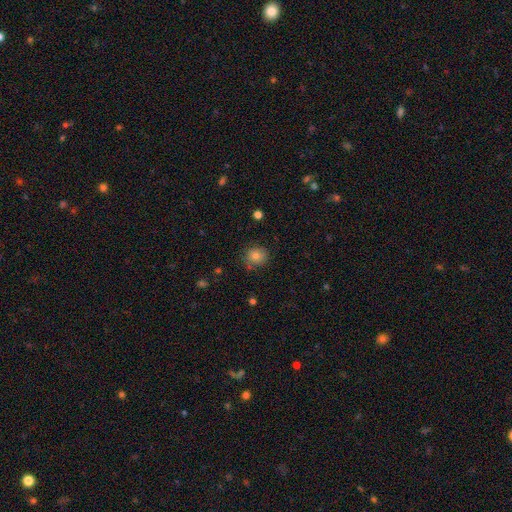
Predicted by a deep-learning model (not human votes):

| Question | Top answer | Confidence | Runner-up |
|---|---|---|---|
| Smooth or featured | smooth | 81% | star or artifact (12%) |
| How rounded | round | 85% | in between (14%) |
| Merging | none | 81% | minor disturbance (13%) |